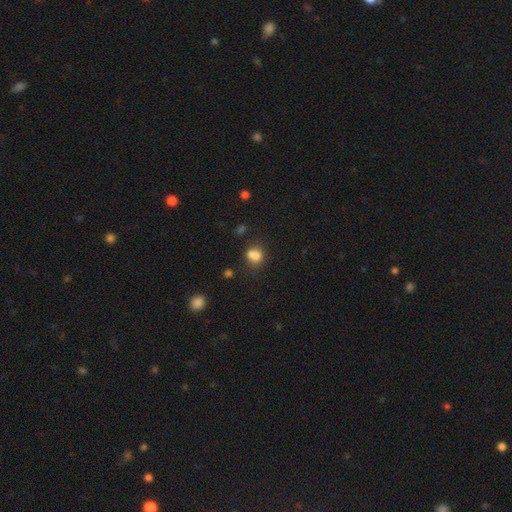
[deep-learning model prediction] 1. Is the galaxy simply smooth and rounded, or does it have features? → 77% smooth, 13% star or artifact, 10% featured or disk.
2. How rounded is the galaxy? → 53% round, 46% in between, 1% cigar-shaped.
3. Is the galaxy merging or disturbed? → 45% none, 31% merger, 17% minor disturbance, 7% major disturbance.